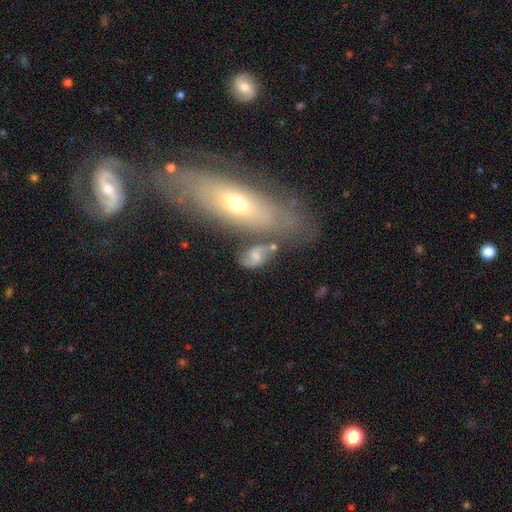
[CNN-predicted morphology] Q: Smooth or featured?
A: featured or disk (48%); runner-up: smooth (43%)
Q: Merging?
A: none (48%); runner-up: minor disturbance (21%)